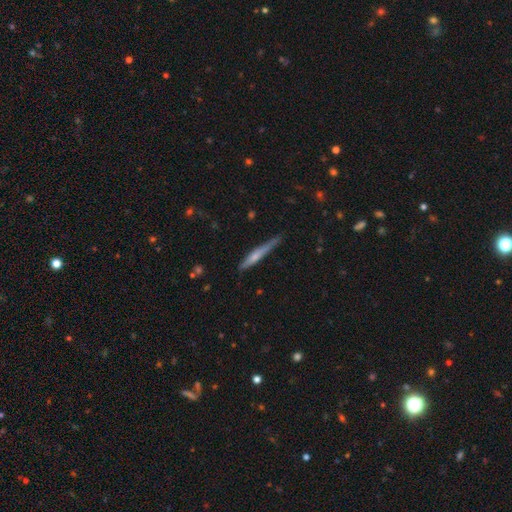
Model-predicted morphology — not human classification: smooth 48%, featured or disk 46%, star or artifact 6%. Down the decision tree: merging — none (71%).